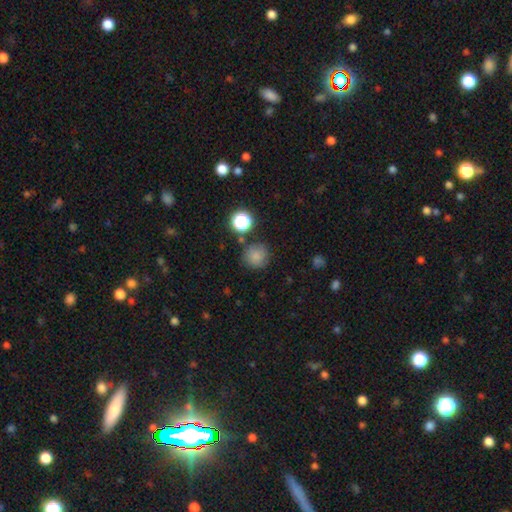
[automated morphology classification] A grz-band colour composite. It shows a smooth galaxy with no disk features (79%) that is round (93%). Merging: none (80%).